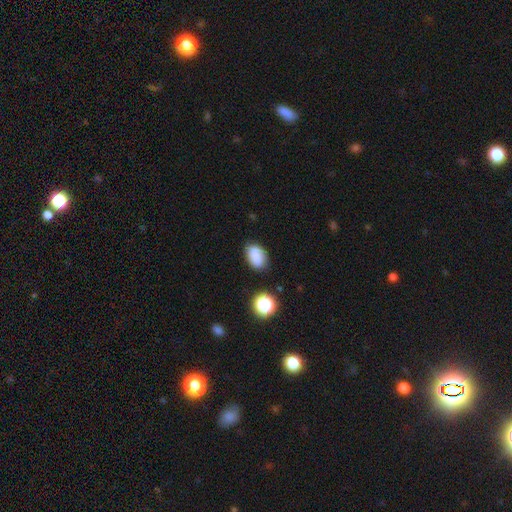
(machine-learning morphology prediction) type=smooth (81%); roundness=in between (84%); merging=none (77%).